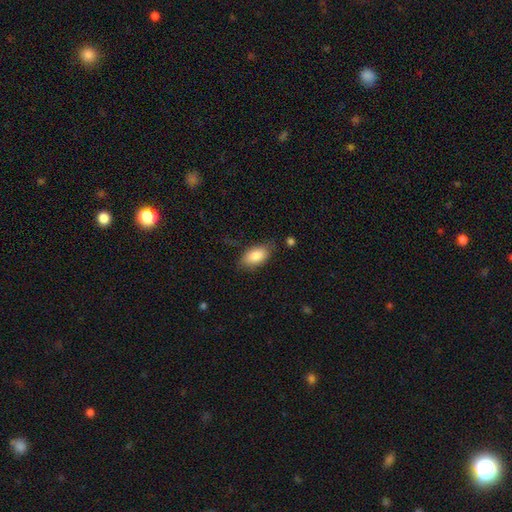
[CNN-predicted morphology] smooth-or-featured: smooth: 86% | featured or disk: 8% | star or artifact: 7%
  how-rounded: in between: 92% | round: 4% | cigar-shaped: 4%
  merging: none: 72% | minor disturbance: 21% | major disturbance: 5% | merger: 2%